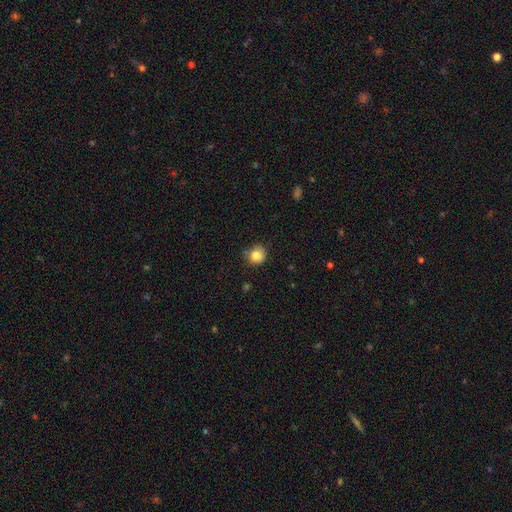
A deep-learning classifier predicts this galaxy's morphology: type=smooth (83%); roundness=round (88%); merging=none (72%).